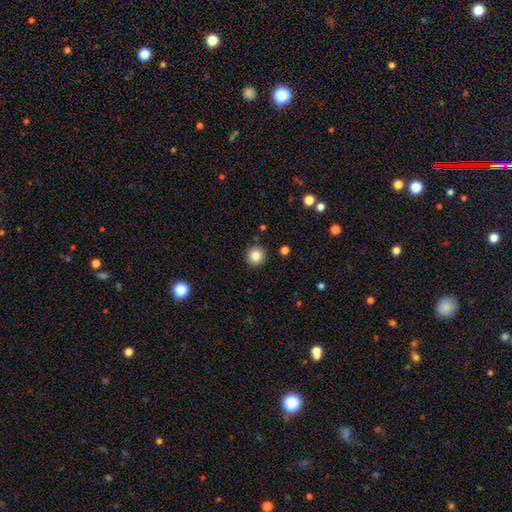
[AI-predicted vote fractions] This is clearly a smooth galaxy (85%). How rounded: clearly round (94%). Merging: clearly none (91%).